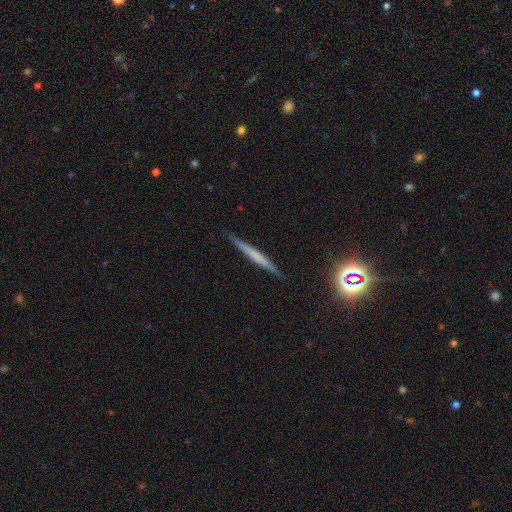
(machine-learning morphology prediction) smooth_or_featured: featured or disk (p=0.49) [alt: smooth p=0.42]
merging: none (p=0.89) [alt: minor disturbance p=0.08]